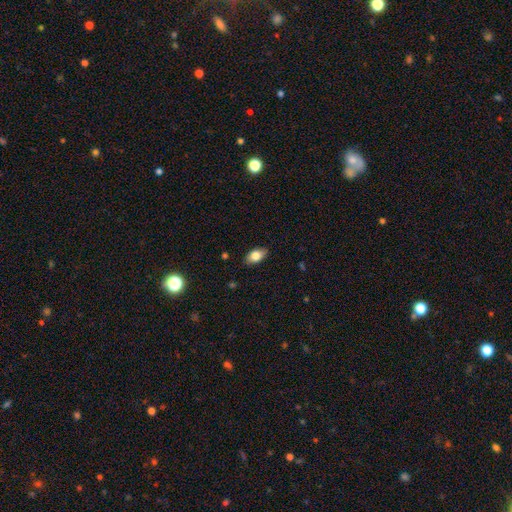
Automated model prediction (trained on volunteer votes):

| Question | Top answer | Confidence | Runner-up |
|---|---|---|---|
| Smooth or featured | smooth | 81% | featured or disk (12%) |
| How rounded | in between | 90% | round (7%) |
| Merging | none | 86% | minor disturbance (11%) |